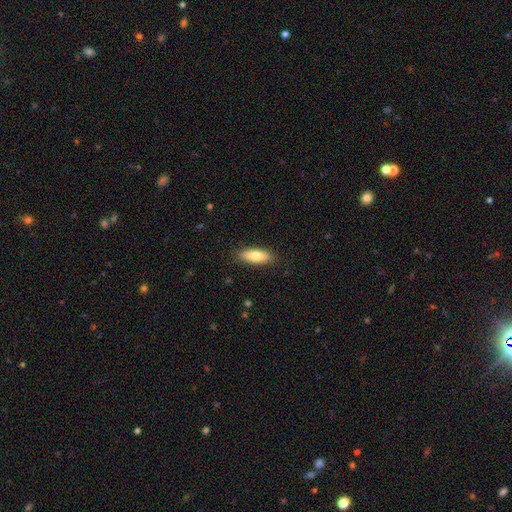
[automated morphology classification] Smooth or featured? smooth (77%)
How rounded? in between (70%)
Merging? none (88%)